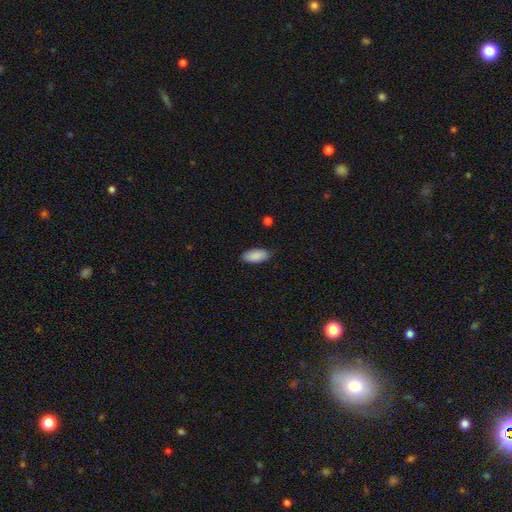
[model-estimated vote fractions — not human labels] Smooth or featured? smooth (90%)
How rounded? in between (89%)
Merging? none (85%)